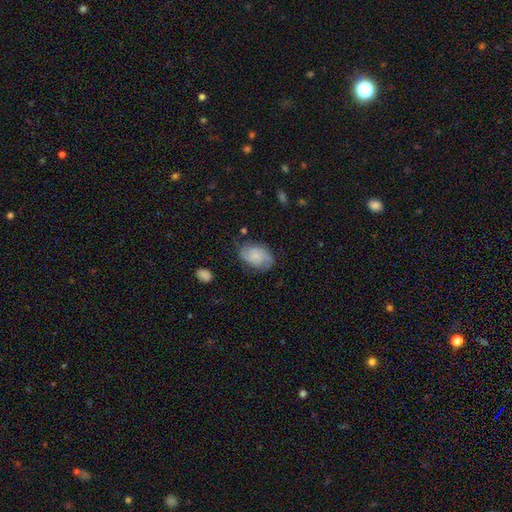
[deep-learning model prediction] The model was most divided on "smooth or featured": featured or disk: 52%, smooth: 39%, star or artifact: 8%. Remaining: edge-on disk — no (97%); spiral arms — yes (90%); merging — none (69%); bar — no (68%); bulge size — small (46%).